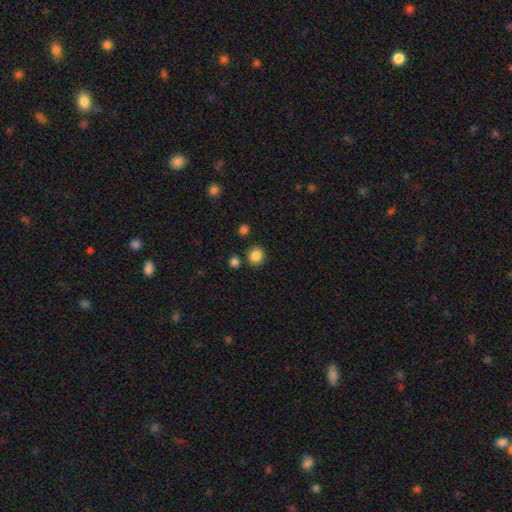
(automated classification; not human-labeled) This appears to be a smooth galaxy with no disk features (85%) that is round (87%). Merging: none (85%).